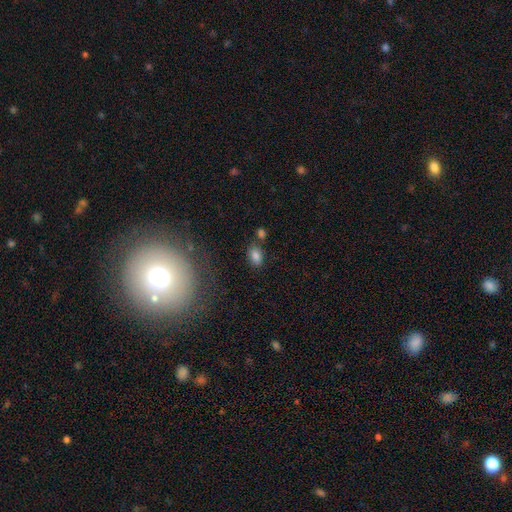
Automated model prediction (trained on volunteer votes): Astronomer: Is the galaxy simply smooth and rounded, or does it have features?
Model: smooth — 79%.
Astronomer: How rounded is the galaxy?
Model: in between — 83%.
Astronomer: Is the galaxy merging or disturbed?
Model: none — 68%.